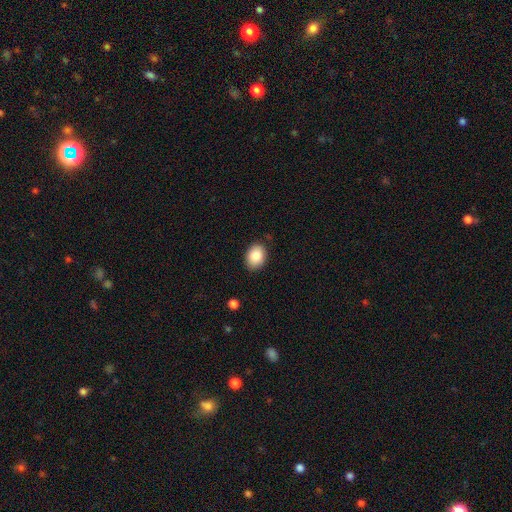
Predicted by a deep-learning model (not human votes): smooth-or-featured: smooth: 86% | star or artifact: 8% | featured or disk: 6%
  how-rounded: in between: 73% | round: 26% | cigar-shaped: 1%
  merging: none: 86% | minor disturbance: 11% | major disturbance: 2% | merger: 1%